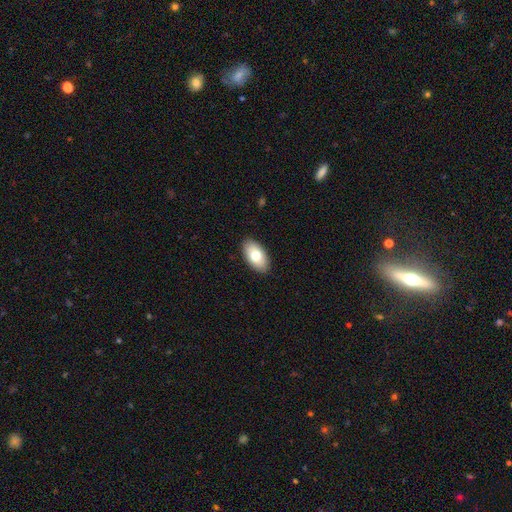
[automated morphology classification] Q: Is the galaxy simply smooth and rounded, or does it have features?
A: smooth — 76%.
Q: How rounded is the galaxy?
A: in between — 95%.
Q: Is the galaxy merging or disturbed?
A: none — 90%.